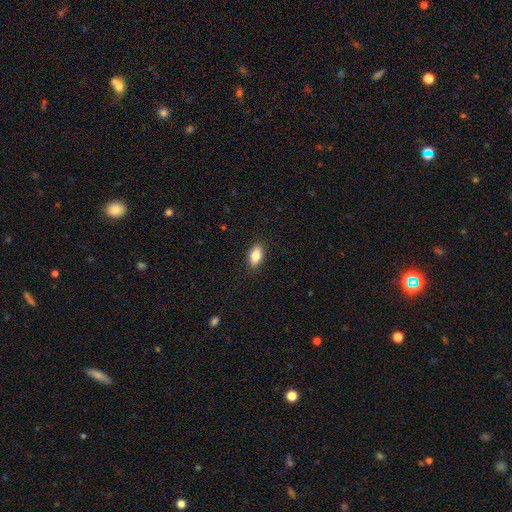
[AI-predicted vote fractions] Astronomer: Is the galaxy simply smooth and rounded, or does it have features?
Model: smooth — 83%.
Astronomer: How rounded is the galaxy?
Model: in between — 89%.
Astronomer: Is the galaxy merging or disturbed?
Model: none — 88%.